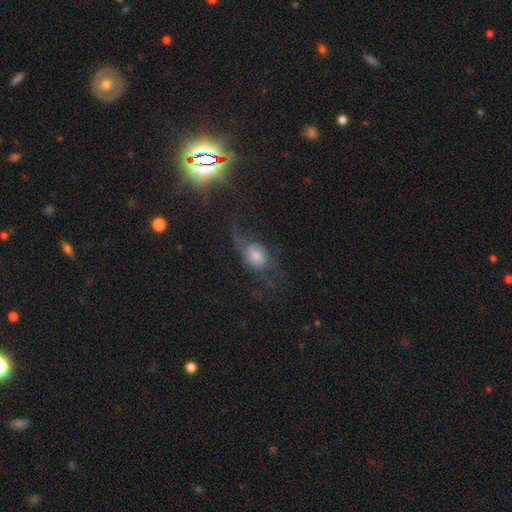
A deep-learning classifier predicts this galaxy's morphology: Smooth or featured: featured or disk — 52% (smooth — 29%)
Edge-on disk: no — 90% (yes — 10%)
Merging: none — 45% (major disturbance — 33%)